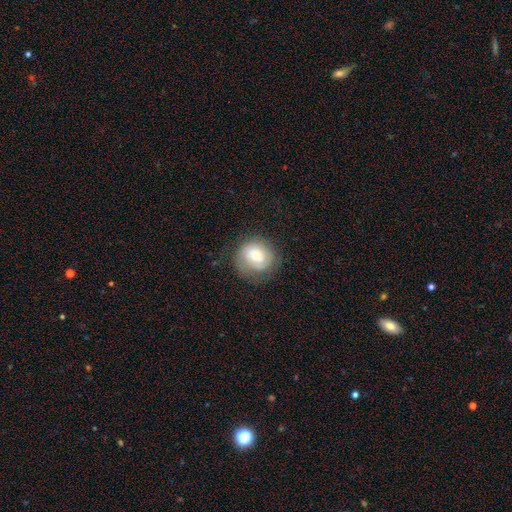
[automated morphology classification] smooth 59%, featured or disk 32%, star or artifact 9%. Down the decision tree: how rounded — round (81%); merging — none (67%).